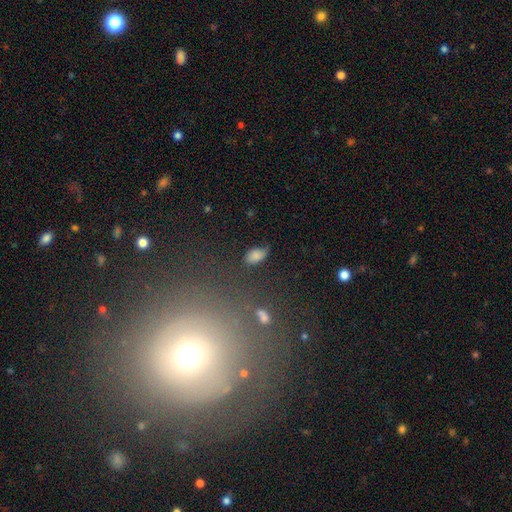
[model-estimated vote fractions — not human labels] A smooth galaxy with no disk features (81%) that is in between round and cigar-shaped (92%). Merging: none (61%).